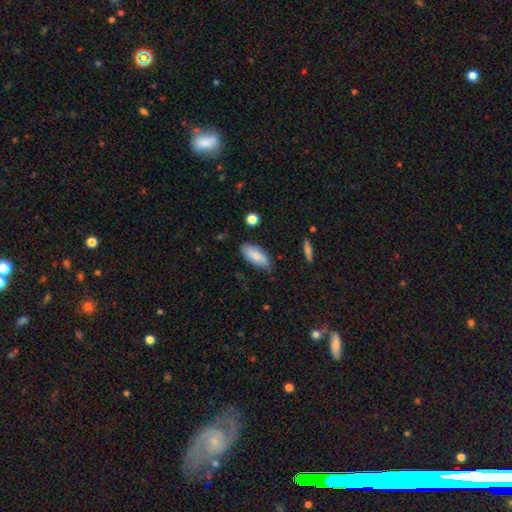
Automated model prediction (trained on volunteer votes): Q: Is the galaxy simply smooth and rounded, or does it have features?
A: smooth — 84%.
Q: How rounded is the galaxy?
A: in between — 83%.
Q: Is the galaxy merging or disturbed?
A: none — 73%.